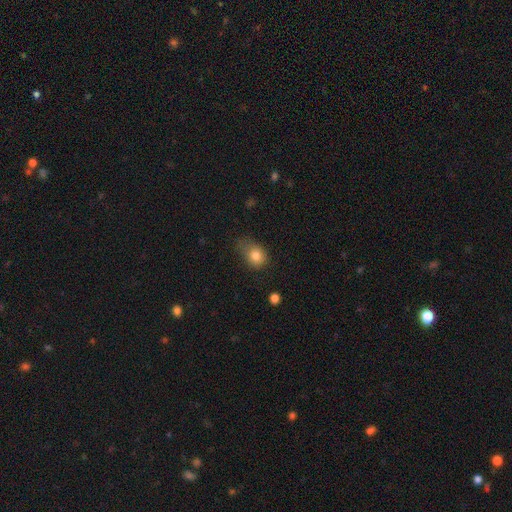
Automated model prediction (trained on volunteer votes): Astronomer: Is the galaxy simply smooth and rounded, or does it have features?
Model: smooth — 81%.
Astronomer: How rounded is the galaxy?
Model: in between — 51% (runner-up: round, 48%).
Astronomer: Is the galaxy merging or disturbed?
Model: none — 42% (runner-up: minor disturbance, 38%).